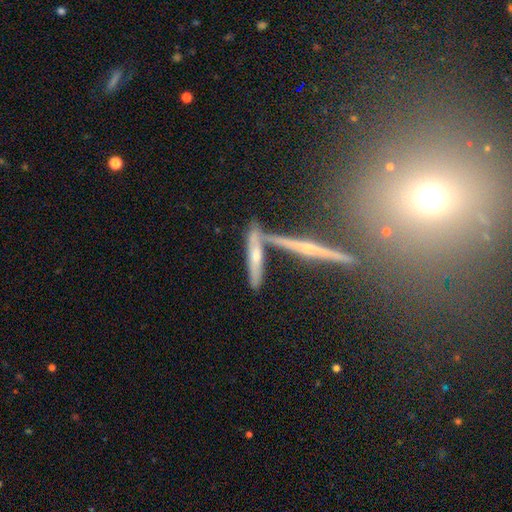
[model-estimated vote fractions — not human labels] Smooth or featured? Predicted: featured or disk (p=0.49). Merging? Predicted: none (p=0.53).